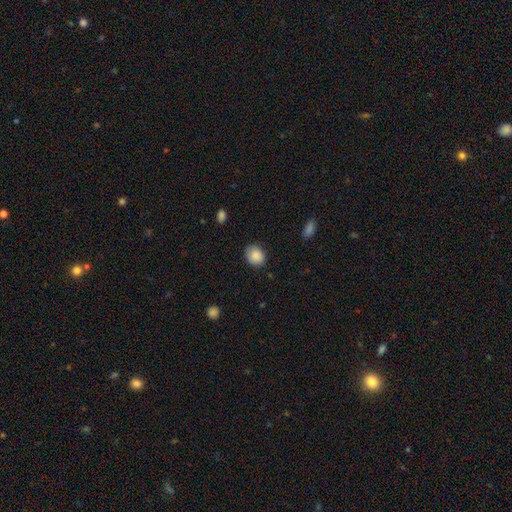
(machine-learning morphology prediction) Smooth or featured: smooth — 87% (star or artifact — 8%)
How rounded: round — 55% (in between — 44%)
Merging: none — 82% (minor disturbance — 14%)